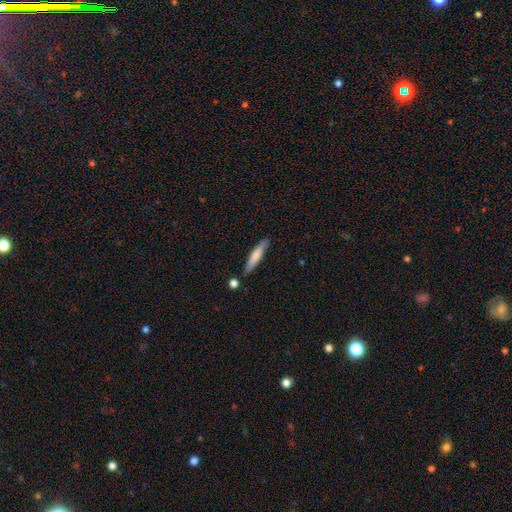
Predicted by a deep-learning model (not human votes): Smooth or featured? Predicted: smooth (p=0.69). How rounded? Predicted: cigar-shaped (p=0.88). Merging? Predicted: none (p=0.79).